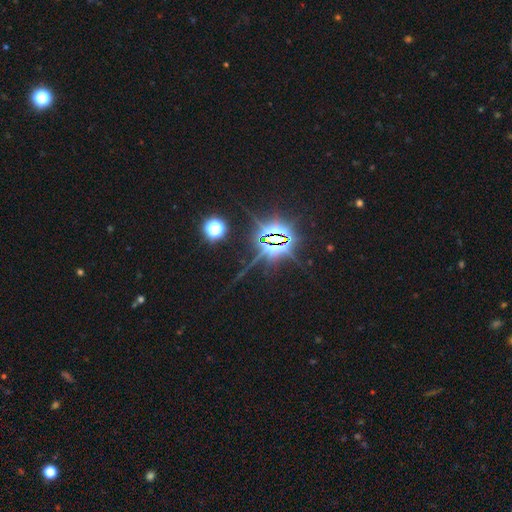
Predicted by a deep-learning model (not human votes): A star or artifact, not a galaxy (84%).